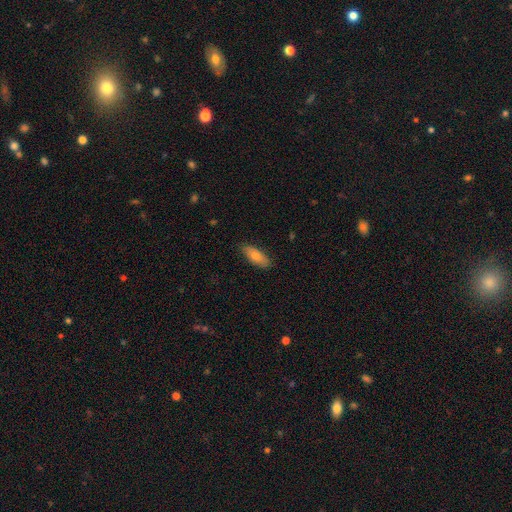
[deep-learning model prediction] The model was most divided on "how rounded": in between: 73%, cigar-shaped: 25%, round: 2%. More confident: merging — none (84%); smooth or featured — smooth (77%).